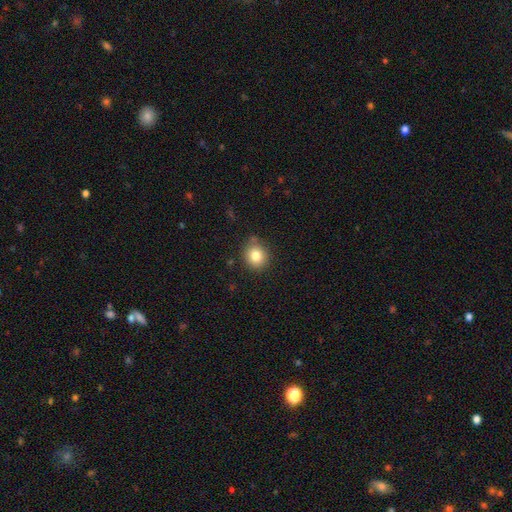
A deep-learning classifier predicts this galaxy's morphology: A smooth galaxy with no disk features (81%) that is round (82%).

Vote fractions:
- Smooth or featured? smooth: 81% / star or artifact: 11% / featured or disk: 8%
- How rounded? round: 82% / in between: 17% / cigar-shaped: 1%
- Merging? none: 80% / minor disturbance: 13% / merger: 3% / major disturbance: 3%